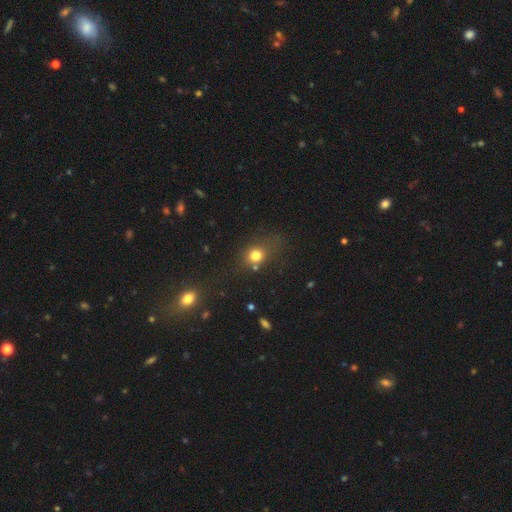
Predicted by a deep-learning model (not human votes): Overall: smooth (76%). How rounded: round (65%; in between 34%). Merging: none (64%).